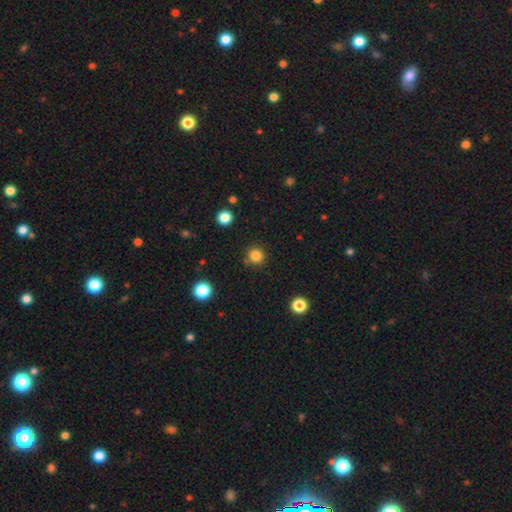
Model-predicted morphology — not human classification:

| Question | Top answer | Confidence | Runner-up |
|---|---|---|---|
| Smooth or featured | smooth | 84% | star or artifact (13%) |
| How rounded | round | 93% | in between (6%) |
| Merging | none | 86% | minor disturbance (7%) |